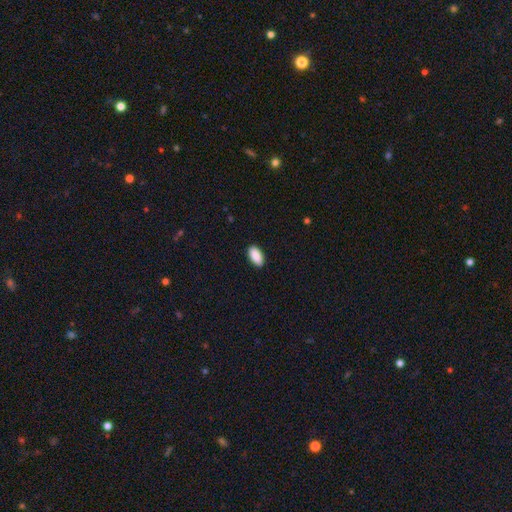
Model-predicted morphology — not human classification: A smooth galaxy with no disk features (90%) that is in between round and cigar-shaped (94%).

Vote fractions:
- Smooth or featured? smooth: 90% / star or artifact: 6% / featured or disk: 4%
- How rounded? in between: 94% / cigar-shaped: 4% / round: 2%
- Merging? none: 89% / minor disturbance: 9% / major disturbance: 2% / merger: 1%